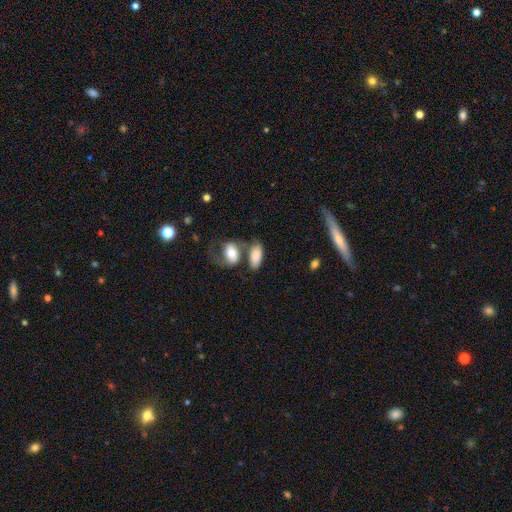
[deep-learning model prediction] A smooth galaxy with no disk features (76%) that is in between round and cigar-shaped (90%). Merging: merger (43%).